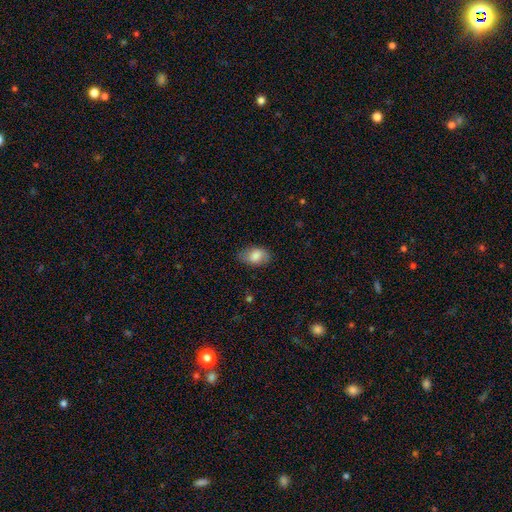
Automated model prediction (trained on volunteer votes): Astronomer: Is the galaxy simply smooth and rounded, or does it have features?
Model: smooth — 78%.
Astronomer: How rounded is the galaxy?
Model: in between — 87%.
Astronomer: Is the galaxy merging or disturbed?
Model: none — 71%.